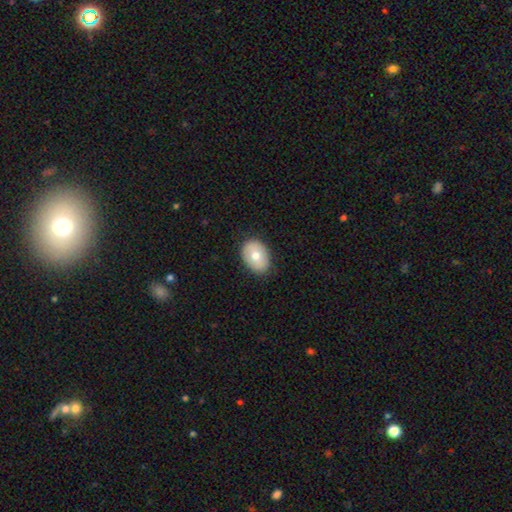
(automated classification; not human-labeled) This is likely a smooth galaxy (71%). How rounded: likely in between (73%). Merging: clearly none (83%).